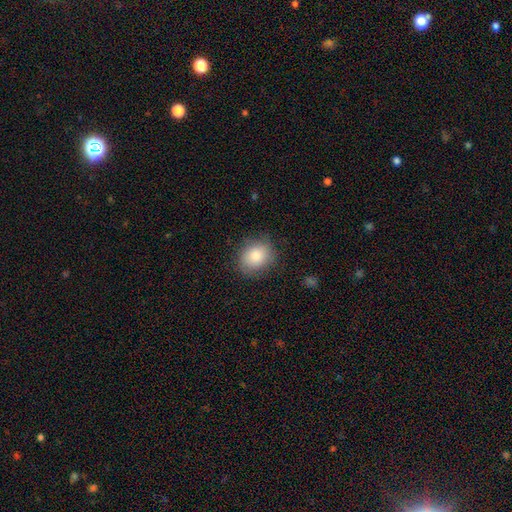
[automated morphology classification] A smooth galaxy with no disk features (82%) that is round (56%). Merging: none (82%).